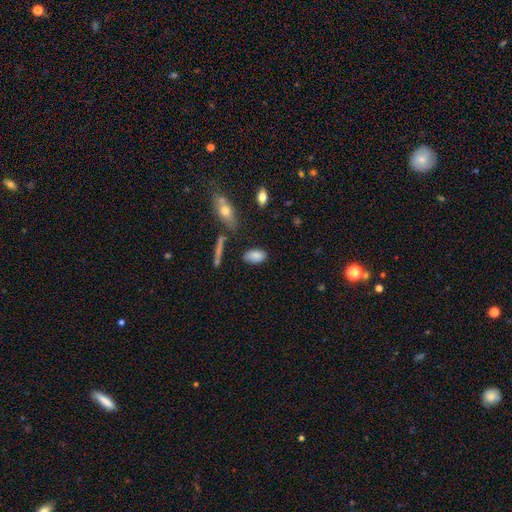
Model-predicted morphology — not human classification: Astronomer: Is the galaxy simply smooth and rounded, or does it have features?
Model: smooth — 84%.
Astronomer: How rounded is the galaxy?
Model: in between — 92%.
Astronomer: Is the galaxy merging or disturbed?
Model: none — 80%.